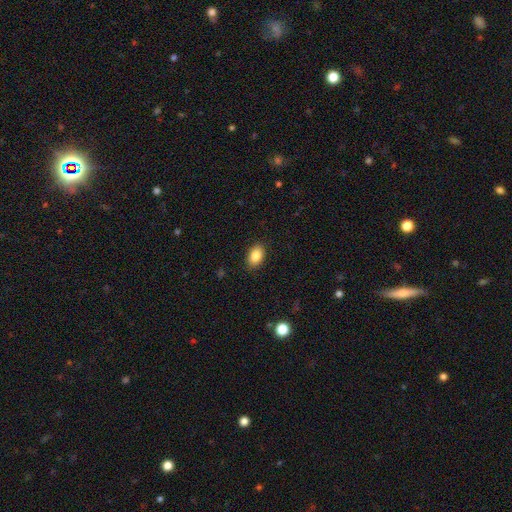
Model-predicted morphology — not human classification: Smooth or featured: smooth — 86% (star or artifact — 8%)
How rounded: in between — 88% (round — 11%)
Merging: none — 88% (minor disturbance — 9%)